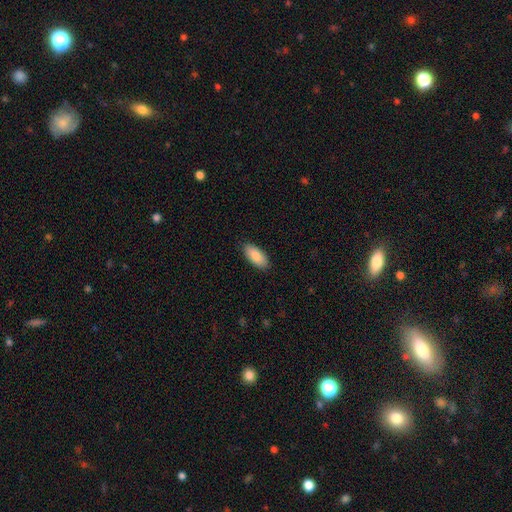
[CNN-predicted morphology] Smooth or featured: smooth — 88% (featured or disk — 6%)
How rounded: in between — 89% (cigar-shaped — 10%)
Merging: none — 89% (minor disturbance — 8%)